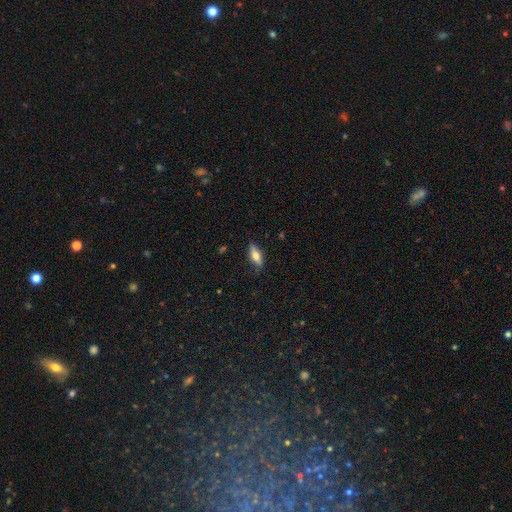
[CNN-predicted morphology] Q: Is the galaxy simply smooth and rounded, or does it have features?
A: smooth — 65%.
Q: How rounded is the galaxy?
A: in between — 65%.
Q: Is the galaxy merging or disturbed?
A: none — 81%.